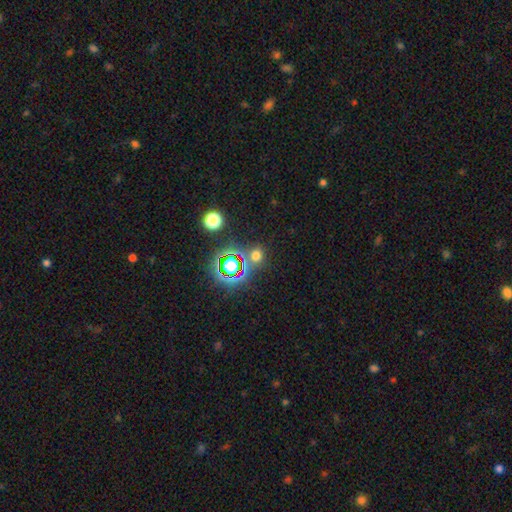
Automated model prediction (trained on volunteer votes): Smooth or featured: smooth — 53% (star or artifact — 40%)
How rounded: round — 80% (in between — 18%)
Merging: none — 74% (merger — 12%)